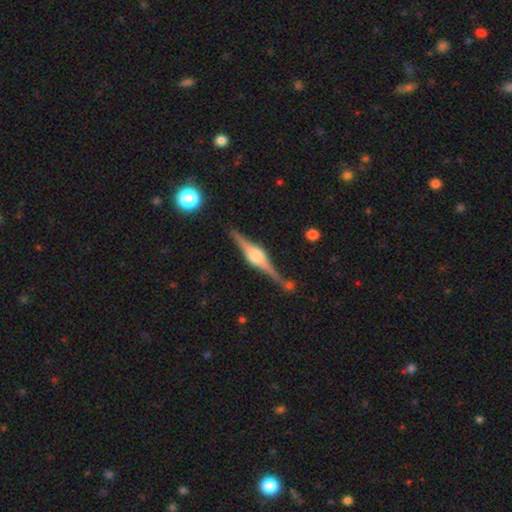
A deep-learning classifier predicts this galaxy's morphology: Smooth or featured? Predicted: featured or disk (p=0.87). Edge-on disk? Predicted: yes (p=0.98). Edge-on bulge? Predicted: rounded (p=0.86). Merging? Predicted: none (p=0.83).